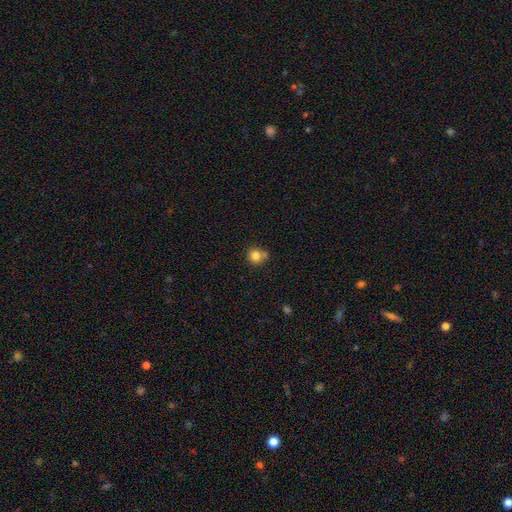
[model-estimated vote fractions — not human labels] Morphology: type=smooth (82%); roundness=round (88%); merging=none (61%).